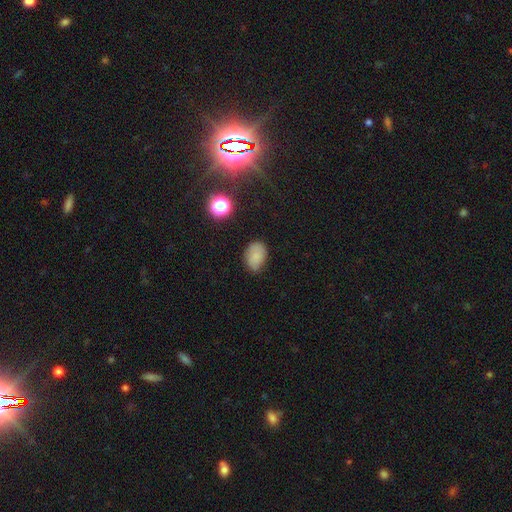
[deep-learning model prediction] The model was most divided on "merging": none: 69%, minor disturbance: 24%, major disturbance: 5%, merger: 2%. More confident: how rounded — in between (79%); smooth or featured — smooth (78%).